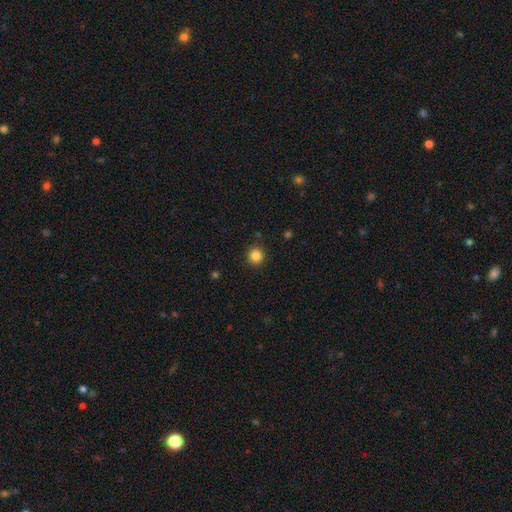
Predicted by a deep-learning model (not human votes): Overall: smooth (85%). How rounded: round (91%). Merging: none (90%).